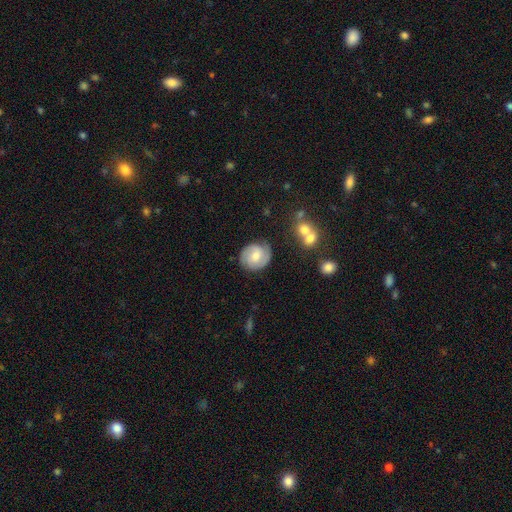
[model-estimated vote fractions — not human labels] This appears to be a featured or disk galaxy (57%) with a weak bar (47%), 2 (75%) tight (50%) spiral arms (90%) and a moderate central bulge (56%). Merging: none (79%).